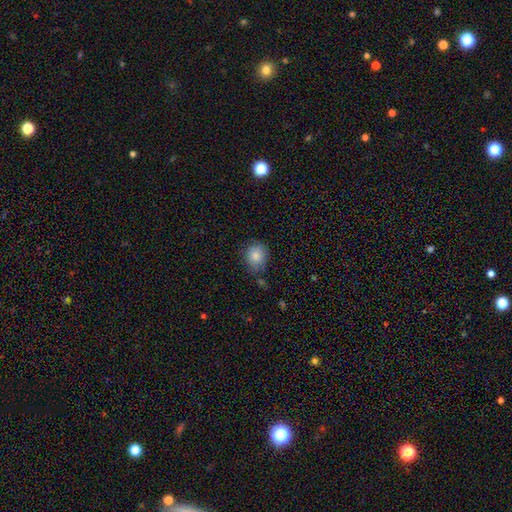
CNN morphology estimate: Smooth or featured: smooth — 84% (star or artifact — 9%)
How rounded: round — 74% (in between — 25%)
Merging: none — 72% (minor disturbance — 20%)